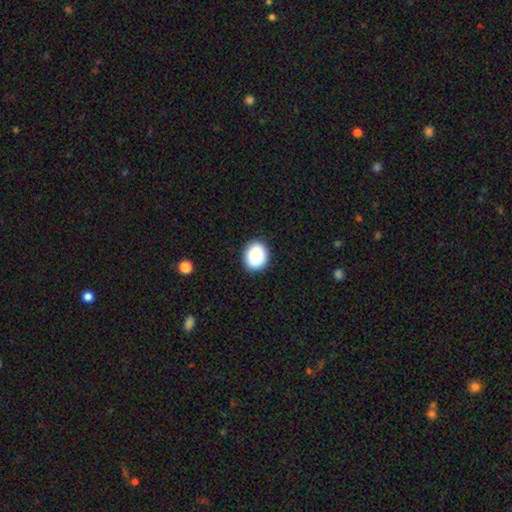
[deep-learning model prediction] smooth_or_featured: smooth (p=0.88) [alt: star or artifact p=0.07]
how_rounded: round (p=0.67) [alt: in between p=0.33]
merging: none (p=0.89) [alt: minor disturbance p=0.08]